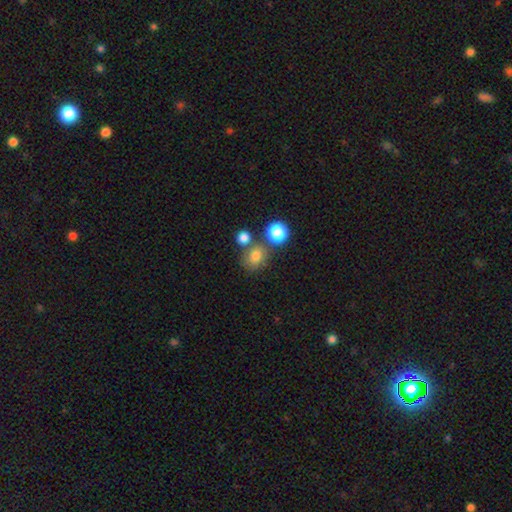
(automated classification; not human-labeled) Smooth or featured: smooth — 76% (star or artifact — 14%)
How rounded: round — 60% (in between — 39%)
Merging: none — 58% (merger — 23%)